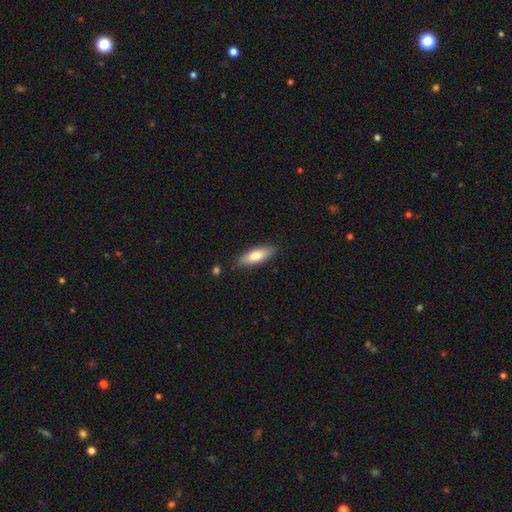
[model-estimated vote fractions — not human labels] A smooth galaxy with no disk features (74%) that is in between round and cigar-shaped (55%).

Vote fractions:
- Smooth or featured? smooth: 74% / featured or disk: 20% / star or artifact: 6%
- How rounded? in between: 55% / cigar-shaped: 43% / round: 2%
- Merging? none: 84% / minor disturbance: 12% / major disturbance: 2% / merger: 2%